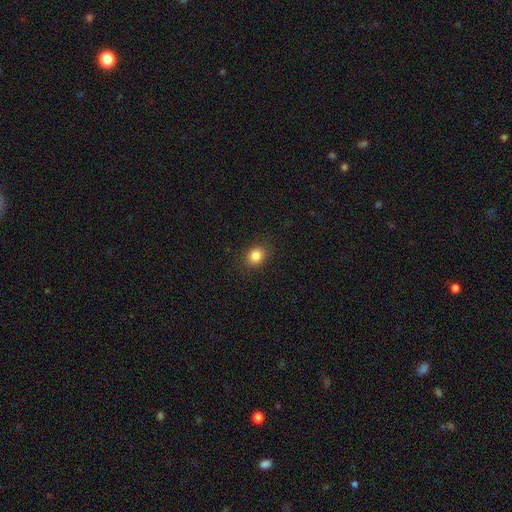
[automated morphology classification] Overall: smooth (85%). How rounded: round (56%; in between 43%). Merging: none (88%).